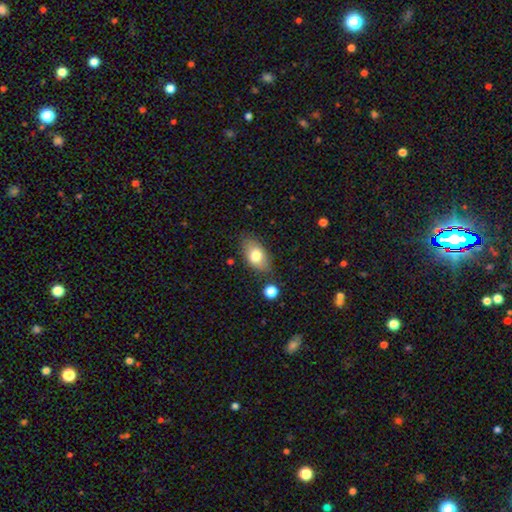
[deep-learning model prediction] A smooth galaxy with no disk features (76%) that is in between round and cigar-shaped (88%). Merging: none (77%).